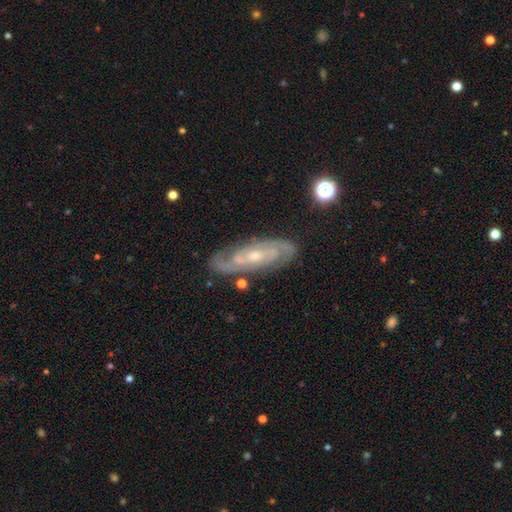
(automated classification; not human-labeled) This appears to be a featured or disk galaxy (86%) with no bar (47%), 2 (71%) tight (56%) spiral arms (96%) and a small central bulge (59%). Merging: none (81%).